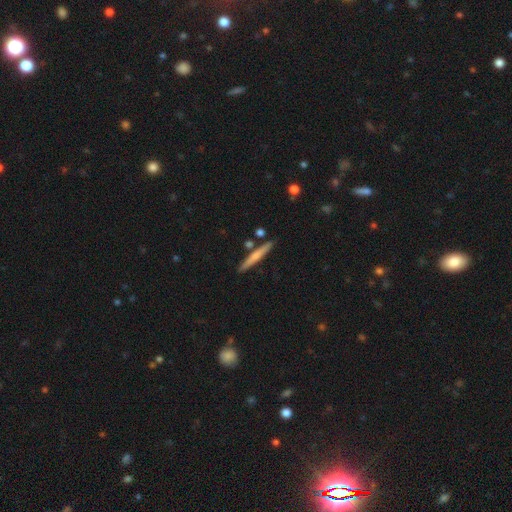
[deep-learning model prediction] A smooth galaxy with no disk features (55%) that is cigar-shaped (94%).

Vote fractions:
- Smooth or featured? smooth: 55% / featured or disk: 39% / star or artifact: 6%
- How rounded? cigar-shaped: 94% / in between: 4% / round: 2%
- Merging? none: 84% / minor disturbance: 9% / merger: 6% / major disturbance: 2%